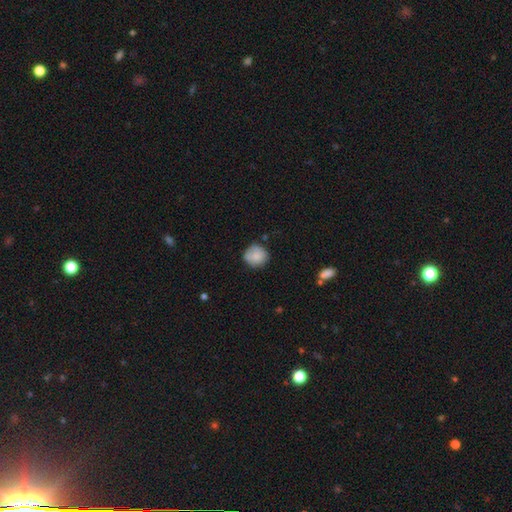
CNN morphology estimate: This appears to be a smooth galaxy with no disk features (80%) that is round (87%). Merging: none (70%).